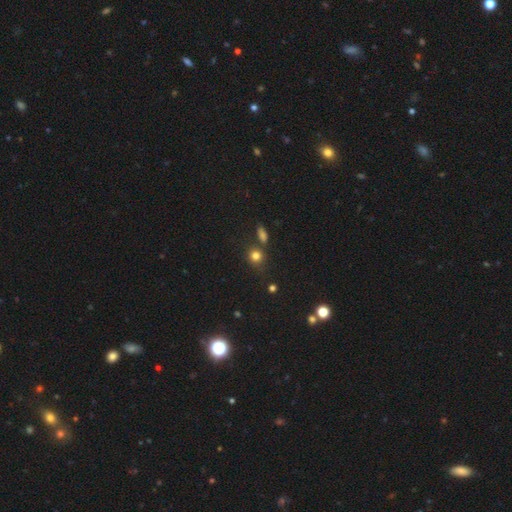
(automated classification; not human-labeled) smooth_or_featured: smooth (p=0.78) [alt: star or artifact p=0.16]
how_rounded: round (p=0.81) [alt: in between p=0.17]
merging: none (p=0.71) [alt: merger p=0.13]